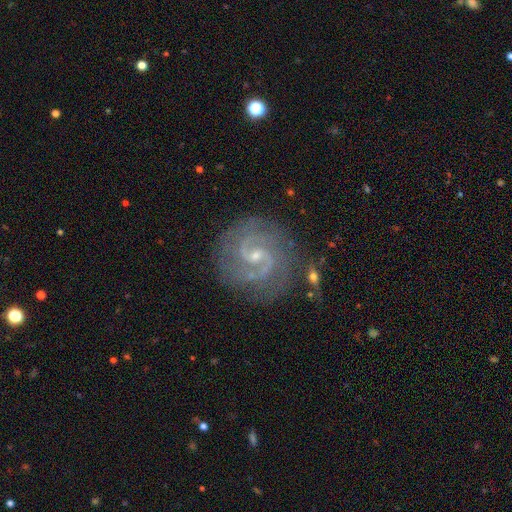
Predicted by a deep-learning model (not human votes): Overall: featured or disk (91%). Edge-on disk: no (98%). Bar: weak (50%; no 35%). Spiral arms: yes (98%). Spiral arm count: 2 (85%). Spiral winding: medium (50%; tight 40%). Bulge size: small (72%). Merging: none (78%).